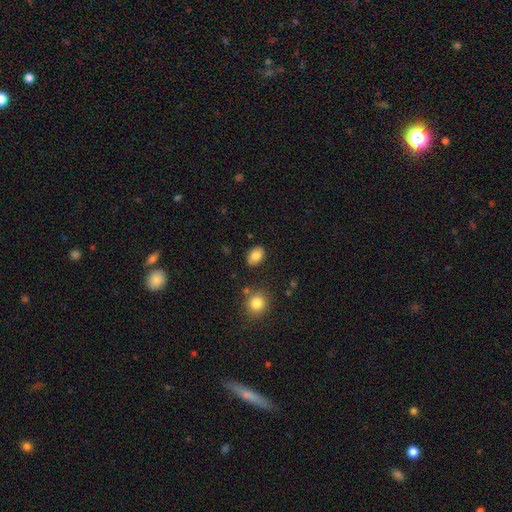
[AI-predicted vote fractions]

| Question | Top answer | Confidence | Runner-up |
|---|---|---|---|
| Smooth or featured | smooth | 84% | star or artifact (9%) |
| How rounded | in between | 75% | round (24%) |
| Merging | none | 84% | minor disturbance (11%) |